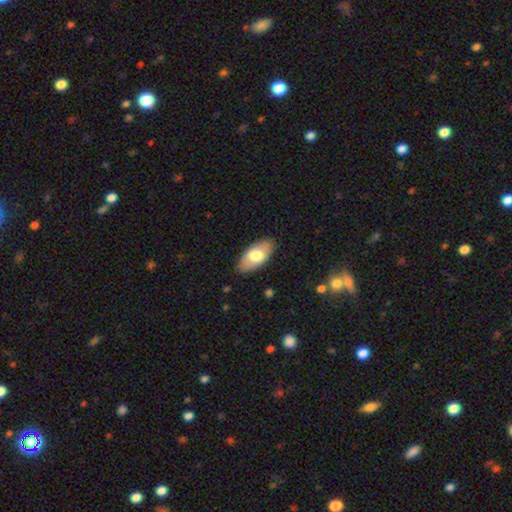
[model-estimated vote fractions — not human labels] Smooth or featured?
  - smooth: 71% *
  - featured or disk: 23%
  - star or artifact: 6%
How rounded?
  - in between: 93% *
  - cigar-shaped: 4%
  - round: 3%
Merging?
  - none: 85% *
  - minor disturbance: 12%
  - major disturbance: 2%
  - merger: 1%